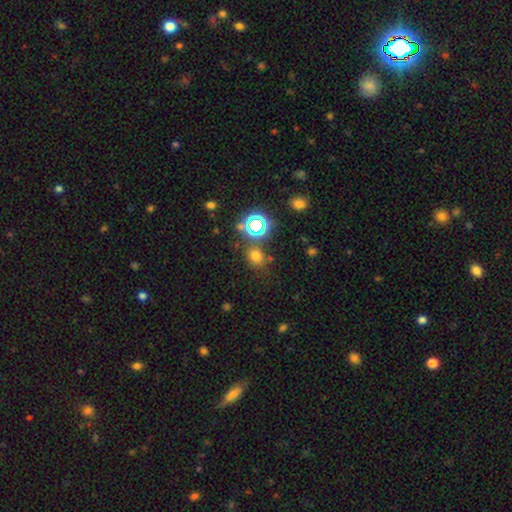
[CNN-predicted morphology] Q: Smooth or featured?
A: smooth (65%); runner-up: star or artifact (28%)
Q: How rounded?
A: round (65%); runner-up: in between (34%)
Q: Merging?
A: none (76%); runner-up: minor disturbance (12%)